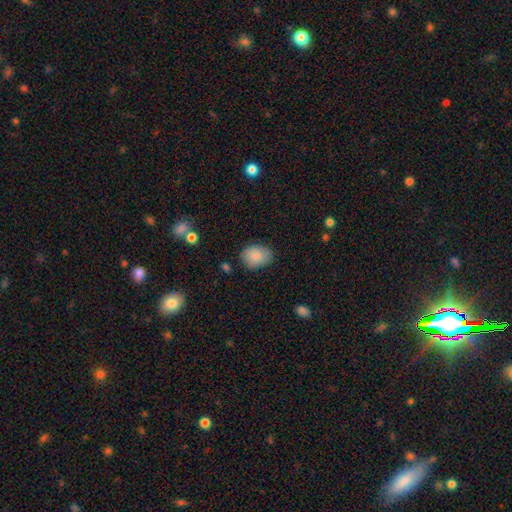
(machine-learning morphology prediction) This appears to be a smooth galaxy with no disk features (85%) that is in between round and cigar-shaped (69%). Merging: none (81%).